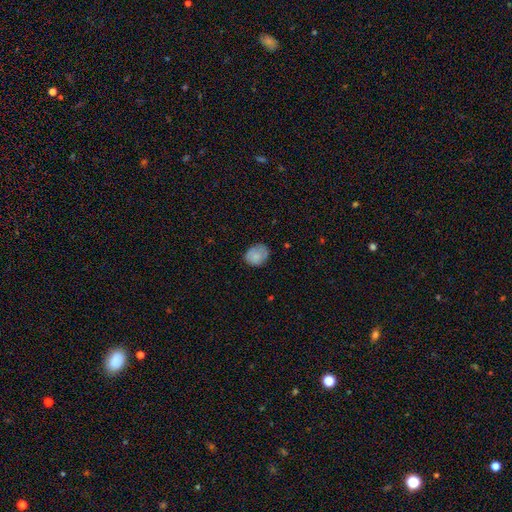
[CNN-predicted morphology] Smooth or featured? smooth (82%)
How rounded? round (52%)
Merging? none (71%)